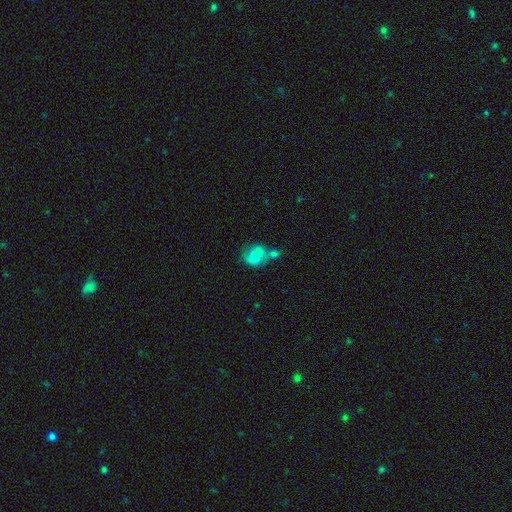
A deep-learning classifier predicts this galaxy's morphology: smooth_or_featured: smooth (p=0.74) [alt: featured or disk p=0.15]
how_rounded: in between (p=0.59) [alt: round p=0.40]
merging: merger (p=0.41) [alt: none p=0.27]